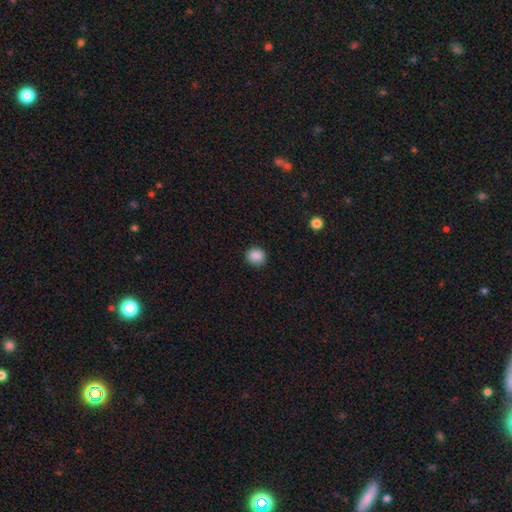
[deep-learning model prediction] Smooth or featured?
  - smooth: 87% *
  - star or artifact: 9%
  - featured or disk: 3%
How rounded?
  - round: 81% *
  - in between: 18%
  - cigar-shaped: 1%
Merging?
  - none: 86% *
  - minor disturbance: 10%
  - major disturbance: 2%
  - merger: 1%